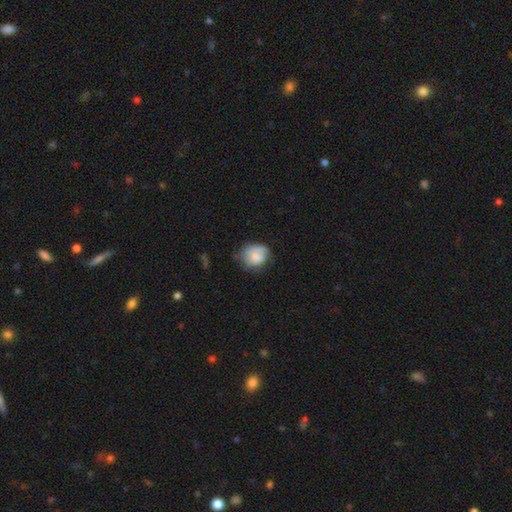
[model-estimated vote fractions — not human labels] A smooth galaxy with no disk features (72%) that is round (62%). Merging: none (50%).